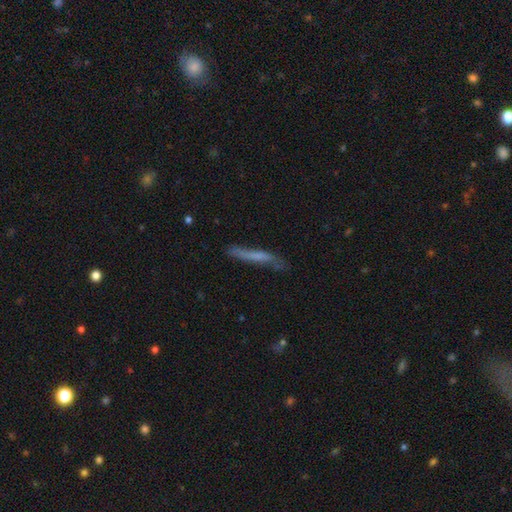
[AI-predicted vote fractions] Smooth or featured?
  - smooth: 51% *
  - featured or disk: 41%
  - star or artifact: 8%
How rounded?
  - cigar-shaped: 93% *
  - in between: 5%
  - round: 2%
Merging?
  - none: 61% *
  - minor disturbance: 26%
  - major disturbance: 9%
  - merger: 3%